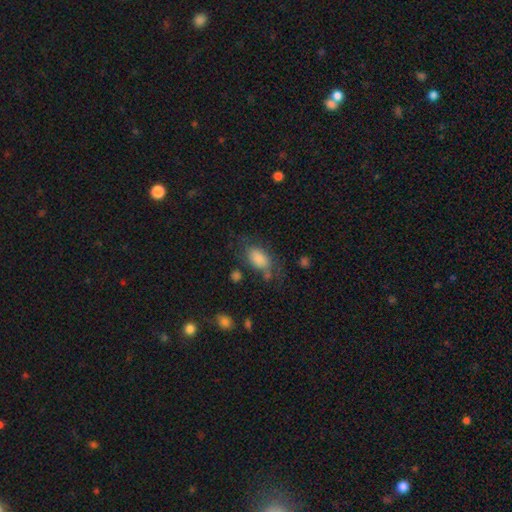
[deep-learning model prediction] Morphology: type=smooth (66%); roundness=in between (87%); merging=none (59%).